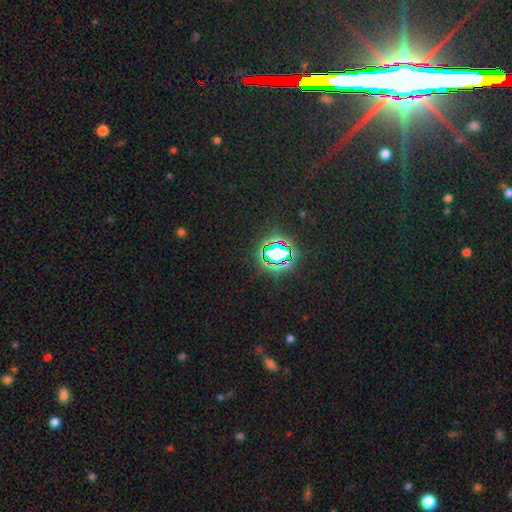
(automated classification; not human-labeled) smooth_or_featured: star or artifact (p=0.81) [alt: smooth p=0.10]